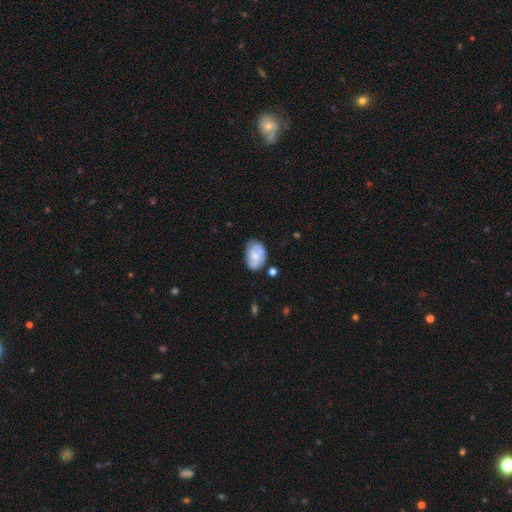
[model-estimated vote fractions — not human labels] A smooth galaxy with no disk features (52%) that is in between round and cigar-shaped (85%). Merging: none (65%).